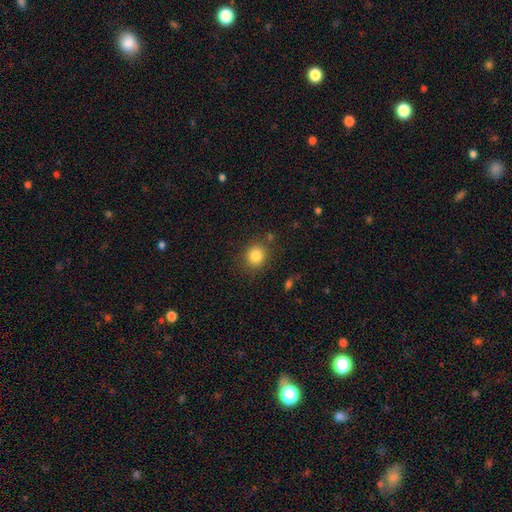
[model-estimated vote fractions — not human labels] The model was most divided on "how rounded": round: 79%, in between: 20%, cigar-shaped: 1%. More confident: smooth or featured — smooth (84%); merging — none (83%).